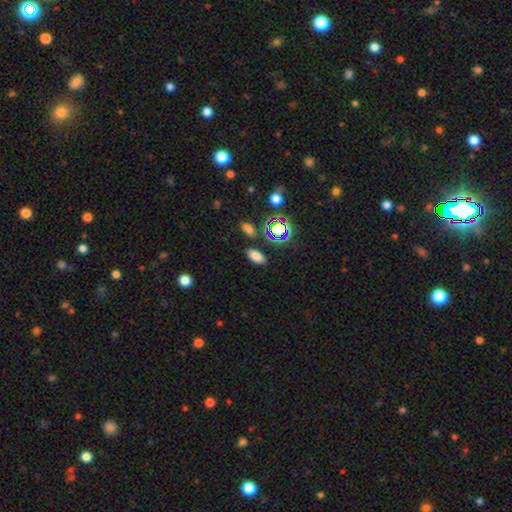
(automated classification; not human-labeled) smooth-or-featured: smooth: 74% | star or artifact: 18% | featured or disk: 8%
  how-rounded: in between: 86% | cigar-shaped: 7% | round: 6%
  merging: none: 84% | minor disturbance: 9% | merger: 4% | major disturbance: 3%